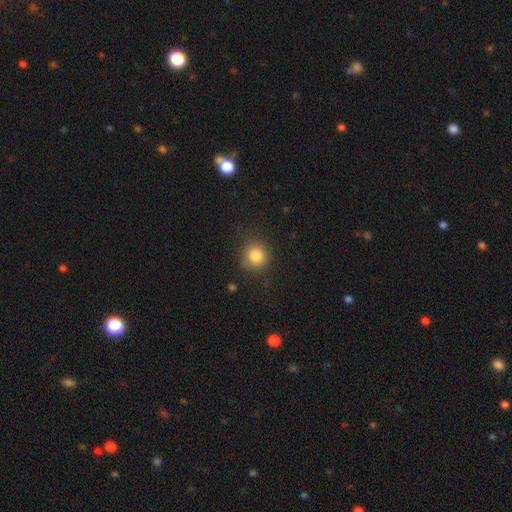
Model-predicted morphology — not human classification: Smooth or featured?
  - smooth: 83% *
  - star or artifact: 11%
  - featured or disk: 5%
How rounded?
  - round: 89% *
  - in between: 10%
  - cigar-shaped: 1%
Merging?
  - none: 83% *
  - minor disturbance: 12%
  - major disturbance: 4%
  - merger: 2%